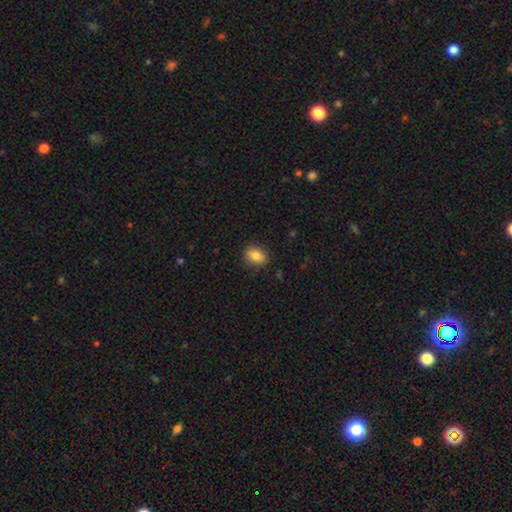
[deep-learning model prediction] Smooth or featured? smooth (84%)
How rounded? in between (64%)
Merging? none (86%)